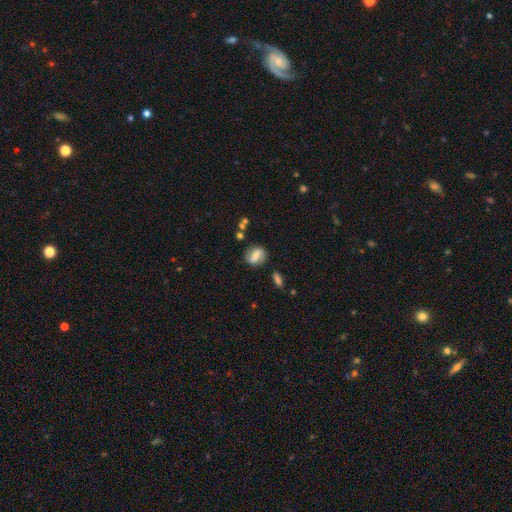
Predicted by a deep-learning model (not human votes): A smooth galaxy with no disk features (59%) that is in between round and cigar-shaped (49%). Merging: none (76%).